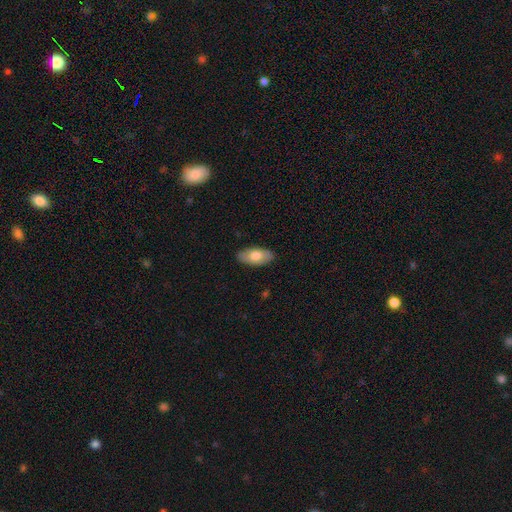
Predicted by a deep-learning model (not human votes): A smooth galaxy with no disk features (72%) that is in between round and cigar-shaped (94%).

Vote fractions:
- Smooth or featured? smooth: 72% / featured or disk: 23% / star or artifact: 6%
- How rounded? in between: 94% / cigar-shaped: 3% / round: 3%
- Merging? none: 87% / minor disturbance: 10% / major disturbance: 2% / merger: 1%